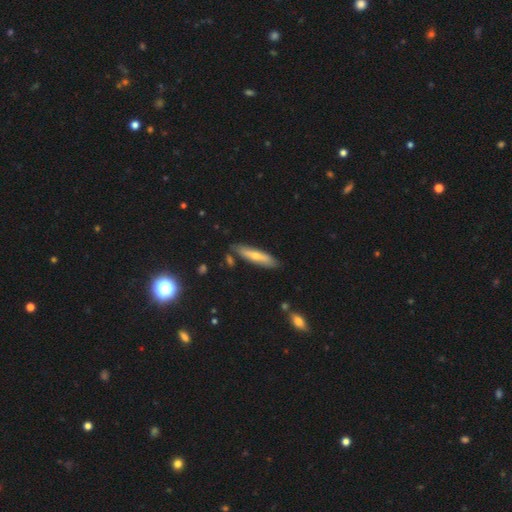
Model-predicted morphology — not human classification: This appears to be a smooth galaxy with no disk features (46%, tied with featured or disk). Merging: none (82%).